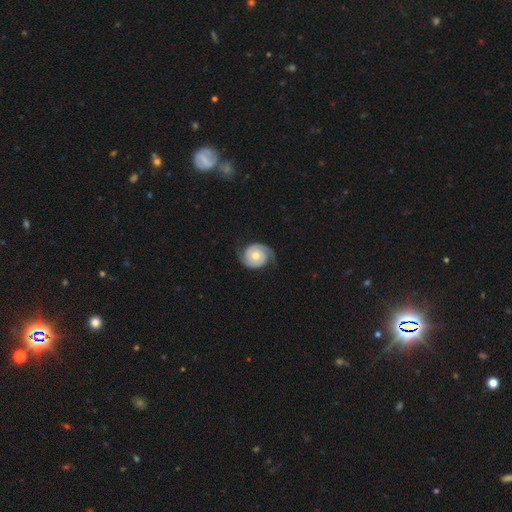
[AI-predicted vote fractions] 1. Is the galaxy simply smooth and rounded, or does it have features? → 85% featured or disk, 10% smooth, 5% star or artifact.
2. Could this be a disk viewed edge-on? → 98% no, 2% yes.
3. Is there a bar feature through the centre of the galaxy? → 79% no, 17% weak, 4% strong.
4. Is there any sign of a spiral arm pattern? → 97% yes, 3% no.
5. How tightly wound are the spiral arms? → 62% tight, 29% medium, 9% loose.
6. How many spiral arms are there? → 90% 2, 3% 1, 3% can't tell, 1% 3, 1% 4, 1% more than 4.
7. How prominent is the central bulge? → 69% moderate, 26% small, 3% large, 1% none, 1% dominant.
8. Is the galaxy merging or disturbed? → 78% none, 15% minor disturbance, 5% major disturbance, 1% merger.